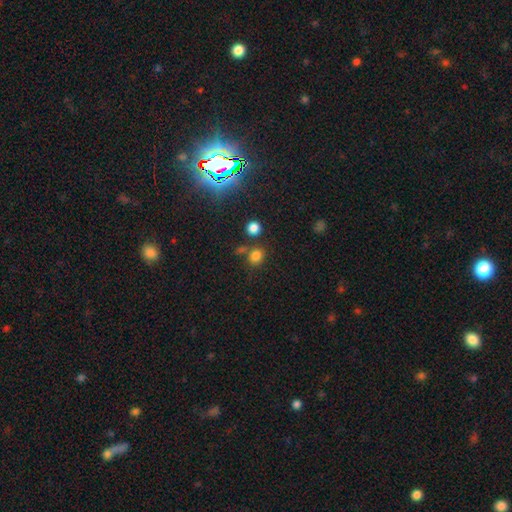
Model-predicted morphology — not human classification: The model was most divided on "how rounded": round: 74%, in between: 25%, cigar-shaped: 1%. More confident: smooth or featured — smooth (79%); merging — none (67%).